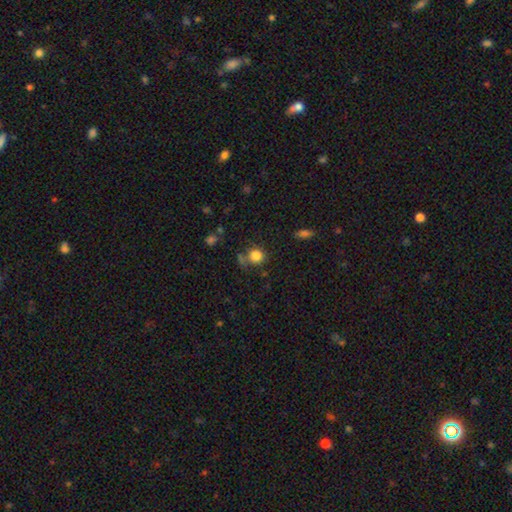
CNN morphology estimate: Smooth or featured?
  - smooth: 83% *
  - star or artifact: 11%
  - featured or disk: 6%
How rounded?
  - round: 87% *
  - in between: 12%
  - cigar-shaped: 1%
Merging?
  - none: 69% *
  - minor disturbance: 14%
  - merger: 12%
  - major disturbance: 6%